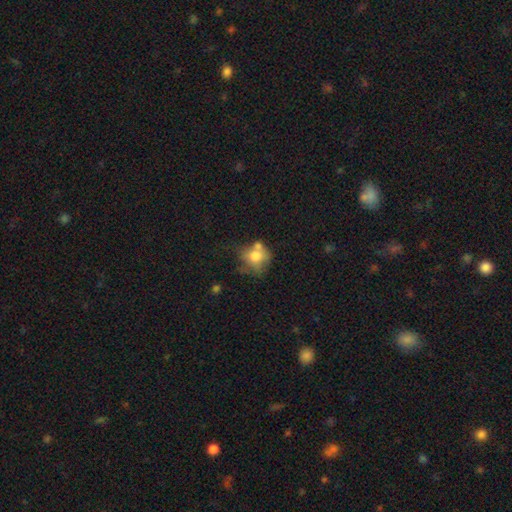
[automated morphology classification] The model was most divided on "merging": none: 37%, merger: 28%, minor disturbance: 21%, major disturbance: 14%. More confident: smooth or featured — smooth (68%); how rounded — round (67%).